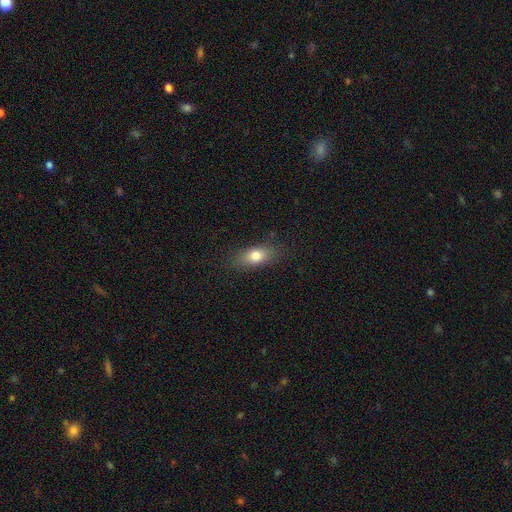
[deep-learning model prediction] The model was most divided on "smooth or featured": smooth: 77%, featured or disk: 14%, star or artifact: 9%. More confident: merging — none (82%); how rounded — in between (77%).